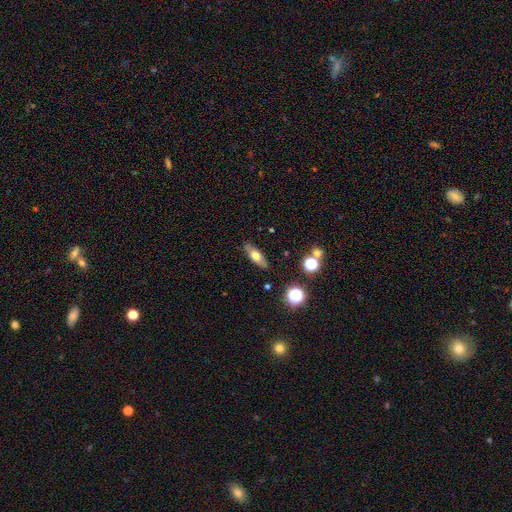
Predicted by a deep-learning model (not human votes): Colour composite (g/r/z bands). It shows a smooth galaxy with no disk features (60%) that is in between round and cigar-shaped (63%). Merging: none (86%).